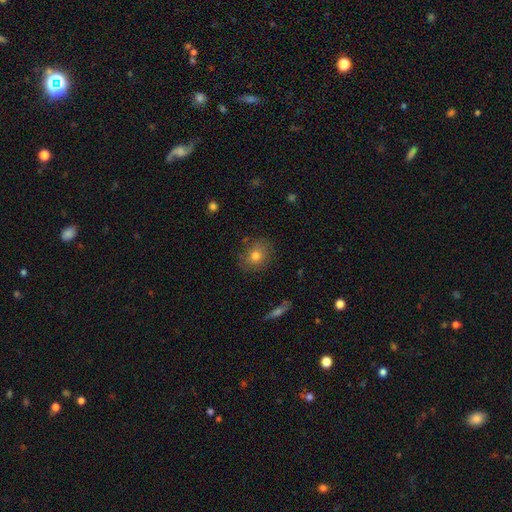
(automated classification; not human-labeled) Q: Smooth or featured?
A: smooth (75%); runner-up: featured or disk (14%)
Q: How rounded?
A: round (66%); runner-up: in between (33%)
Q: Merging?
A: none (78%); runner-up: minor disturbance (15%)